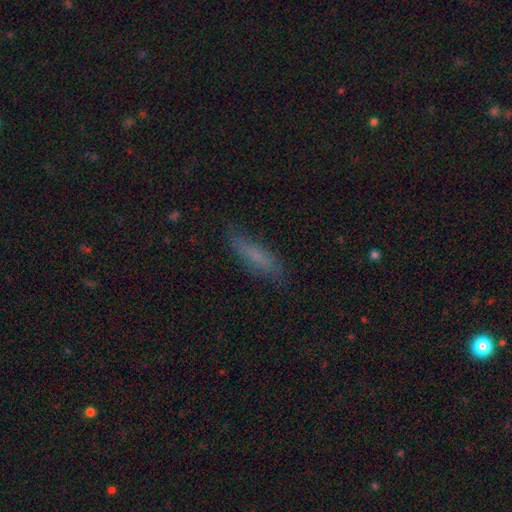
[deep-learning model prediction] This appears to be a smooth galaxy with no disk features (66%) that is cigar-shaped (71%). Merging: none (75%).